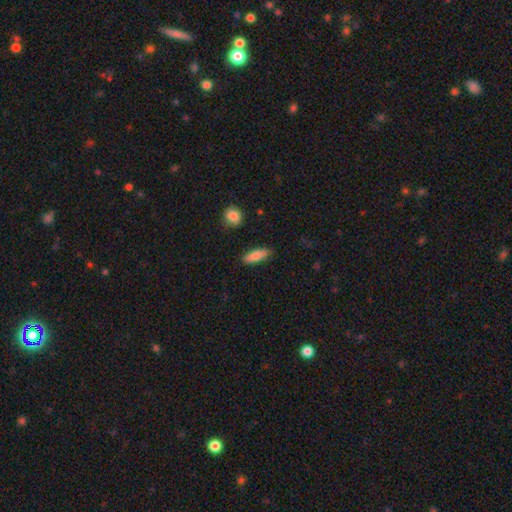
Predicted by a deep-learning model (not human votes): This is clearly a smooth galaxy (81%). How rounded: likely in between (64%). Merging: clearly none (86%).